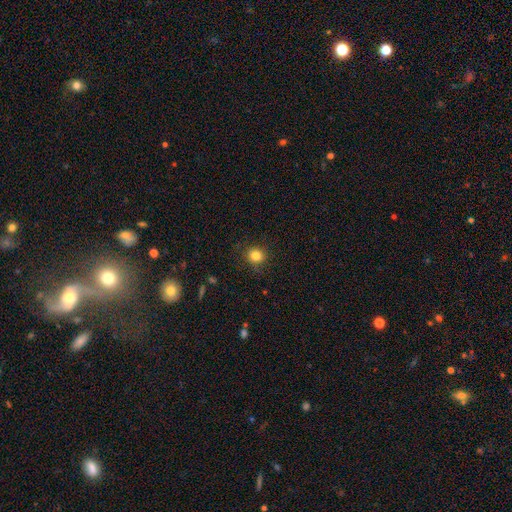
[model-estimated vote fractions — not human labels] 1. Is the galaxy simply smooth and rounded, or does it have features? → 83% smooth, 12% star or artifact, 5% featured or disk.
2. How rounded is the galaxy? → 86% round, 13% in between, 1% cigar-shaped.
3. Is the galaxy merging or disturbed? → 86% none, 10% minor disturbance, 3% major disturbance, 1% merger.